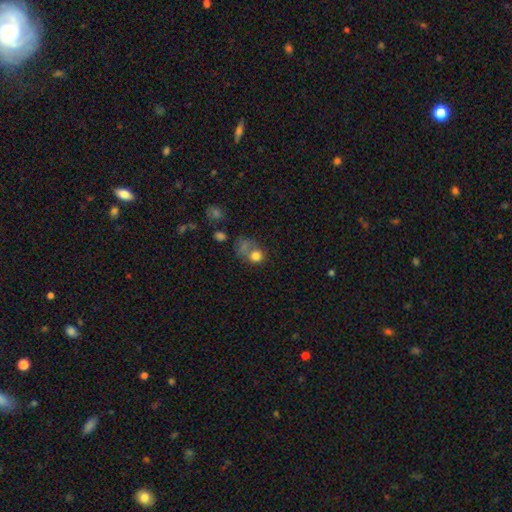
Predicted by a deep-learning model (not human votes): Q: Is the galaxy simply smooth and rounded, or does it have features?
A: smooth — 73%.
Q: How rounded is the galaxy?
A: round — 70%.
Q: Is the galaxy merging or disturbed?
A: none — 32%.